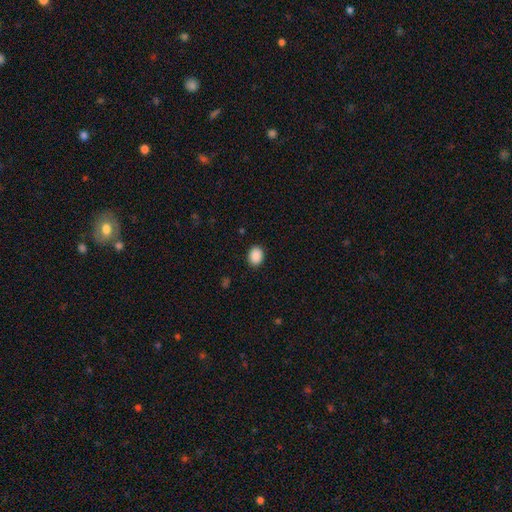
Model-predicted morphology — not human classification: smooth-or-featured: smooth: 90% | star or artifact: 8% | featured or disk: 2%
  how-rounded: in between: 62% | round: 37% | cigar-shaped: 1%
  merging: none: 88% | minor disturbance: 9% | major disturbance: 2% | merger: 1%